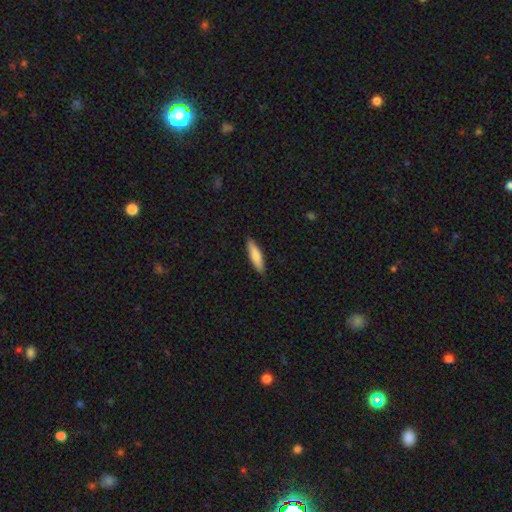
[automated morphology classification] smooth 78%, featured or disk 16%, star or artifact 5%. Down the decision tree: how rounded — cigar-shaped (74%); merging — none (89%).